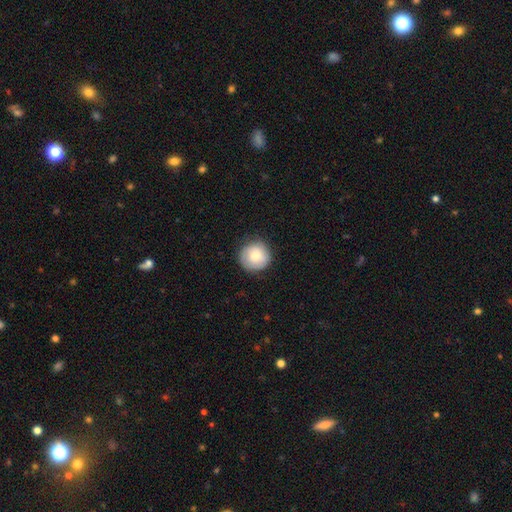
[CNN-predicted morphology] A smooth galaxy with no disk features (74%) that is round (94%).

Vote fractions:
- Smooth or featured? smooth: 74% / featured or disk: 19% / star or artifact: 7%
- How rounded? round: 94% / in between: 5% / cigar-shaped: 1%
- Merging? none: 83% / minor disturbance: 13% / major disturbance: 3% / merger: 1%